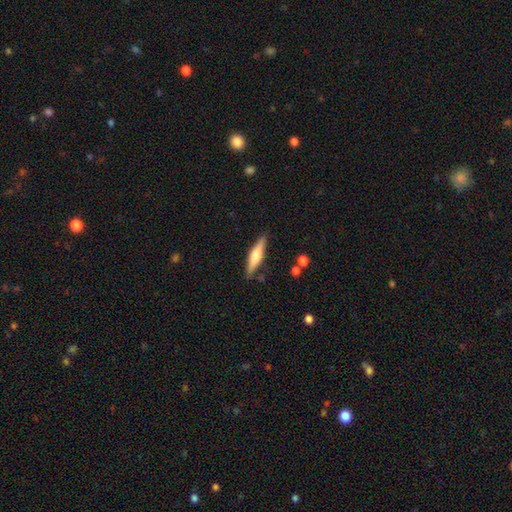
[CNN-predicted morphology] This is possibly a featured or disk galaxy (49%). Merging: clearly none (87%).